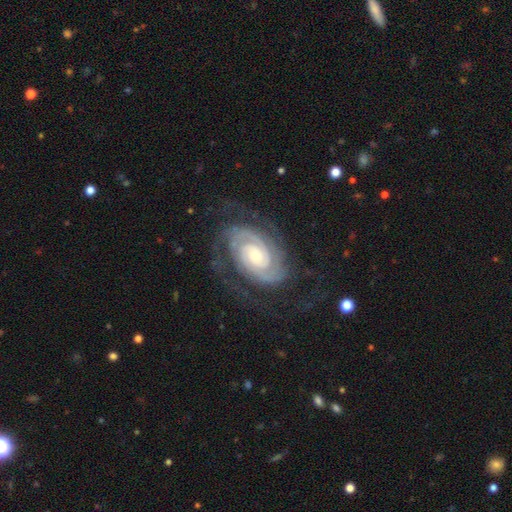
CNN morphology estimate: Smooth or featured?
  - featured or disk: 91% *
  - star or artifact: 5%
  - smooth: 4%
Edge-on disk?
  - no: 97% *
  - yes: 3%
Bar?
  - no: 65% *
  - weak: 27%
  - strong: 8%
Spiral arms?
  - yes: 98% *
  - no: 2%
Spiral winding?
  - tight: 75% *
  - medium: 21%
  - loose: 4%
Spiral arm count?
  - 2: 72% *
  - can't tell: 10%
  - 3: 8%
  - 4: 4%
  - 1: 3%
  - more than 4: 3%
Bulge size?
  - small: 53% *
  - moderate: 37%
  - large: 6%
  - none: 3%
  - dominant: 1%
Merging?
  - none: 72% *
  - minor disturbance: 15%
  - major disturbance: 12%
  - merger: 1%